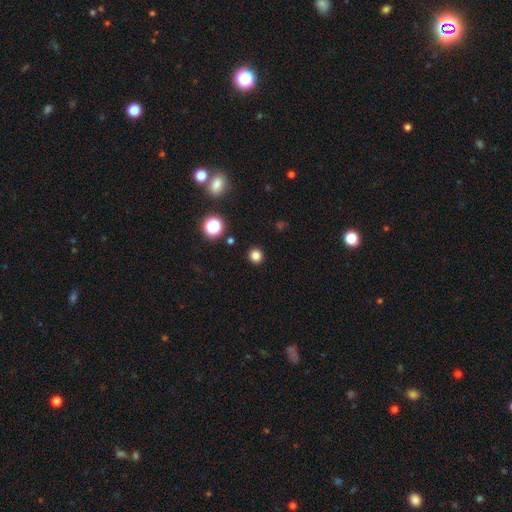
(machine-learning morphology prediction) This is clearly a smooth galaxy (81%). How rounded: clearly round (91%). Merging: clearly none (92%).